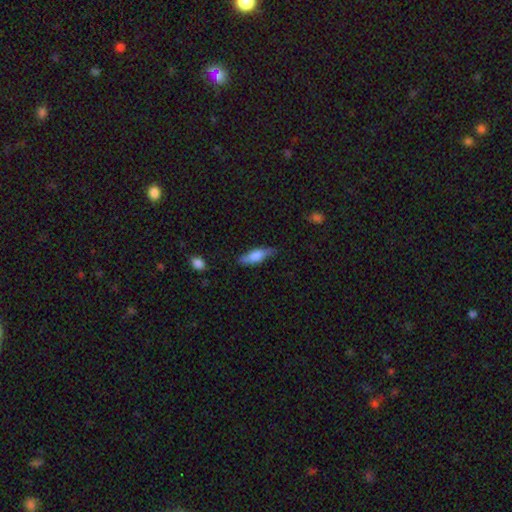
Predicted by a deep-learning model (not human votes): smooth_or_featured: smooth (p=0.68) [alt: featured or disk p=0.25]
how_rounded: in between (p=0.52) [alt: cigar-shaped p=0.45]
merging: none (p=0.71) [alt: minor disturbance p=0.22]